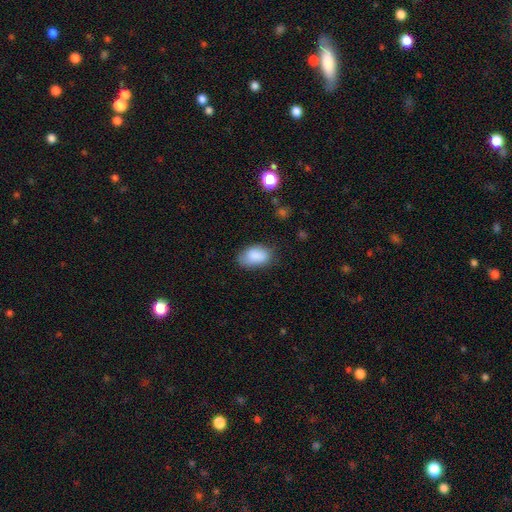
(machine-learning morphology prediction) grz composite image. It shows a smooth galaxy with no disk features (86%) that is in between round and cigar-shaped (90%). Merging: none (68%).